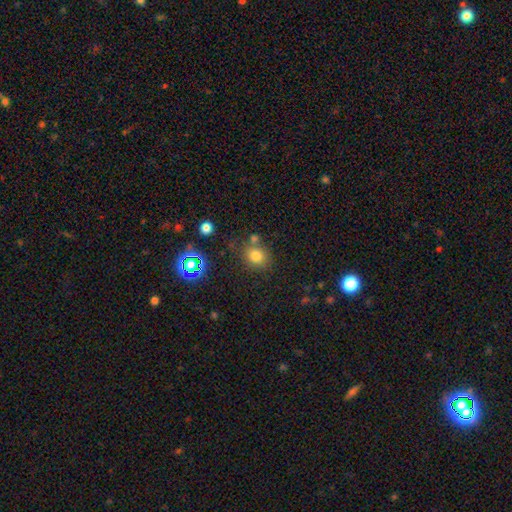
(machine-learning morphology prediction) This is likely a smooth galaxy (76%). How rounded: likely round (71%). Merging: likely none (67%).